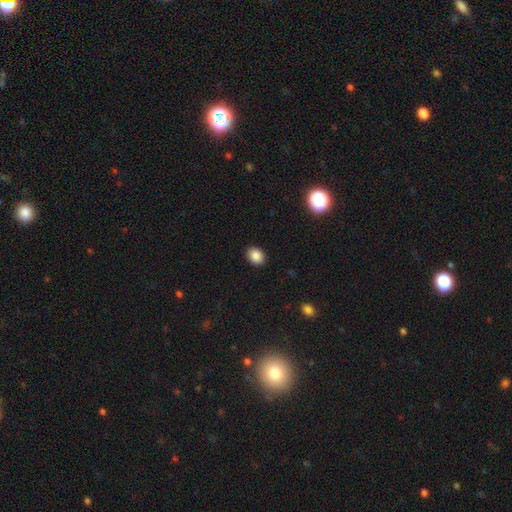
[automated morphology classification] This is clearly a smooth galaxy (87%). How rounded: possibly in between (56%). Merging: clearly none (91%).